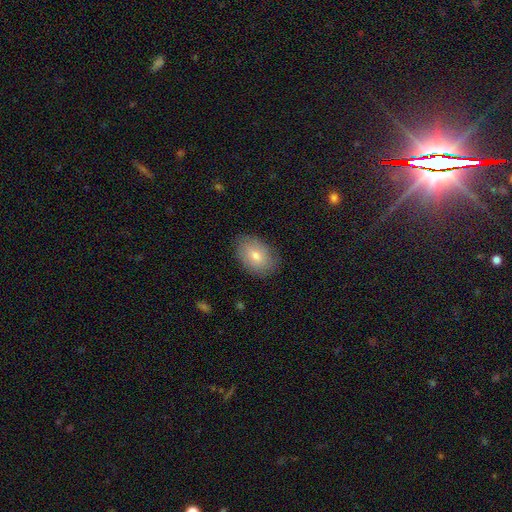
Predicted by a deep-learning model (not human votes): The model was most divided on "smooth or featured": smooth: 71%, featured or disk: 21%, star or artifact: 8%. More confident: how rounded — in between (84%); merging — none (82%).